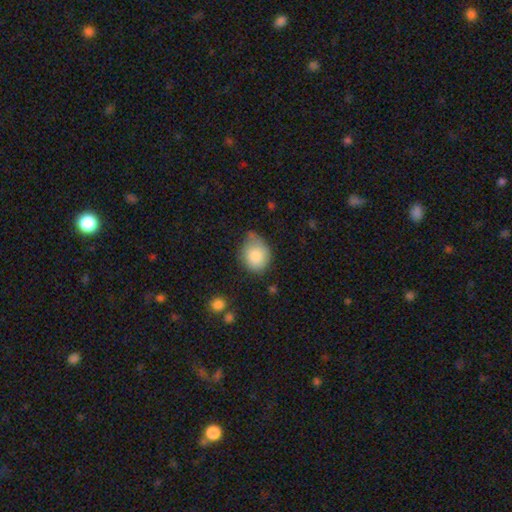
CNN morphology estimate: Smooth or featured: smooth — 82% (featured or disk — 10%)
How rounded: round — 61% (in between — 38%)
Merging: none — 44% (minor disturbance — 40%)